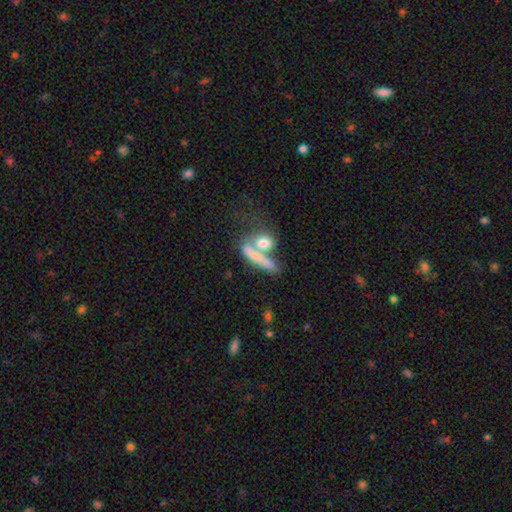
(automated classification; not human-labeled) Overall: smooth (63%; featured or disk 28%). How rounded: cigar-shaped (49%; in between 37%). Merging: merger (50%; none 29%).